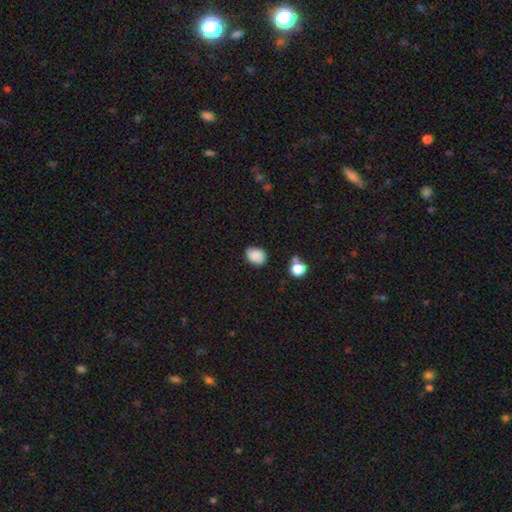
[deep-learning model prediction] smooth 81%, featured or disk 10%, star or artifact 9%. Down the decision tree: how rounded — in between (53%); merging — none (73%).